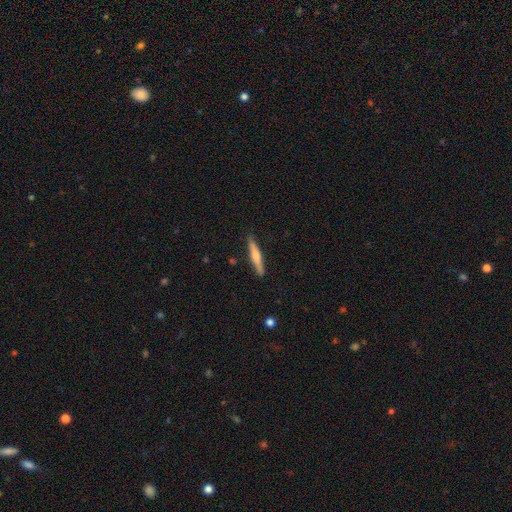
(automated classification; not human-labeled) Morphology: type=smooth (51%); roundness=cigar-shaped (92%); merging=none (89%).